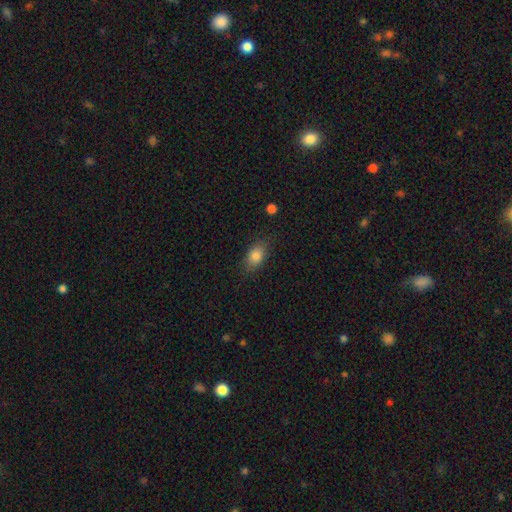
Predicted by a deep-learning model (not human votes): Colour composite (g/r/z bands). It shows a smooth galaxy with no disk features (84%) that is in between round and cigar-shaped (84%). Merging: none (80%).